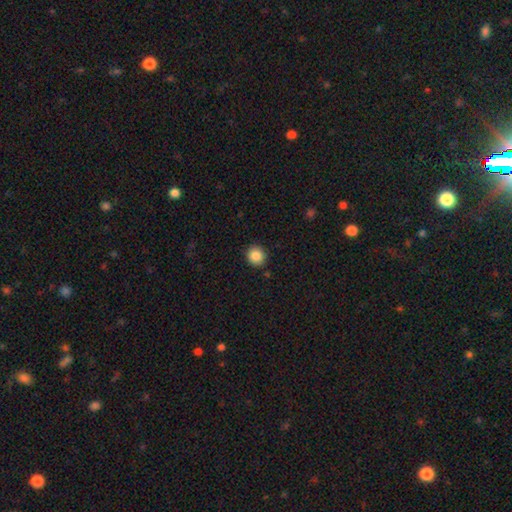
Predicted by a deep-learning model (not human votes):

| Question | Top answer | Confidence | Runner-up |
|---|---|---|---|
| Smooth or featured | smooth | 86% | star or artifact (10%) |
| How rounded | round | 91% | in between (8%) |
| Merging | none | 90% | minor disturbance (7%) |